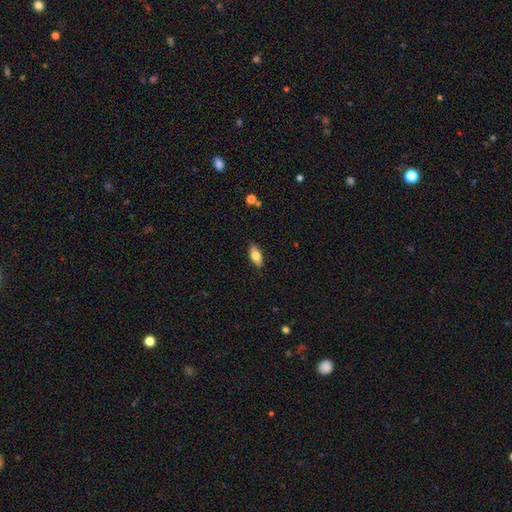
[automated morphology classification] Overall: smooth (70%). How rounded: in between (82%). Merging: none (87%).